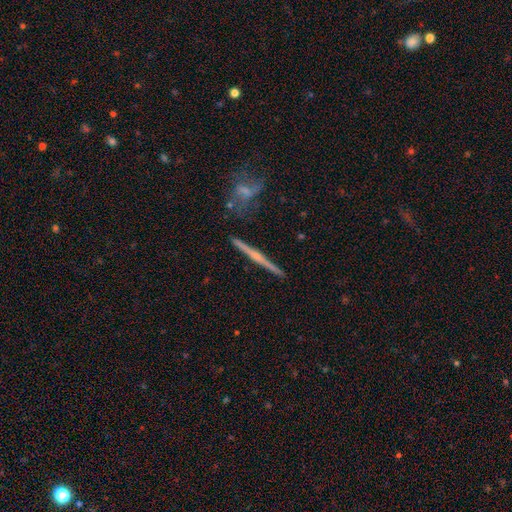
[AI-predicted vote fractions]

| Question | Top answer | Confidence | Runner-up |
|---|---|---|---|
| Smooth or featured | featured or disk | 74% | smooth (19%) |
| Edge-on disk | yes | 98% | no (2%) |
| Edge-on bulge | rounded | 61% | none (30%) |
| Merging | none | 87% | minor disturbance (8%) |